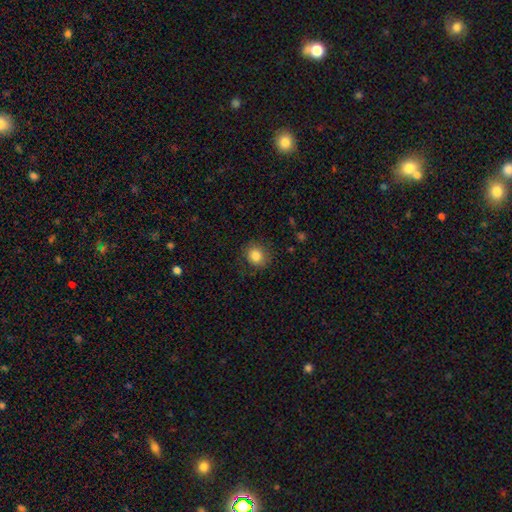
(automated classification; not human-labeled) This appears to be a smooth galaxy with no disk features (83%) that is round (83%). Merging: none (84%).